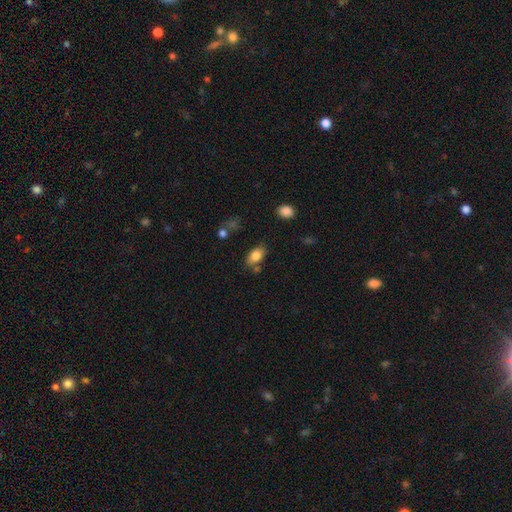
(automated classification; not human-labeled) This appears to be a smooth galaxy with no disk features (82%) that is in between round and cigar-shaped (90%). Merging: none (72%).